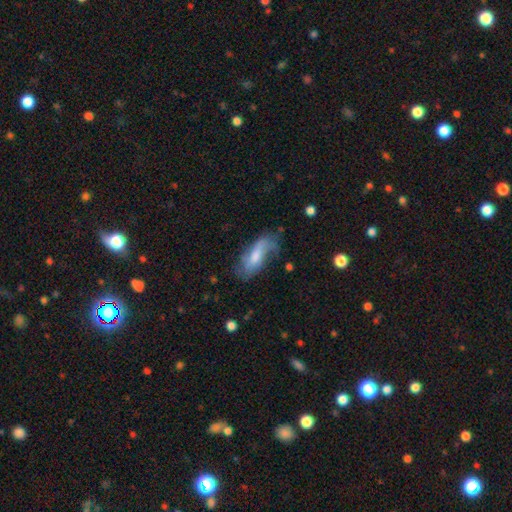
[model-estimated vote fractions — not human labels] Morphology: type=smooth (48%); merging=none (49%).